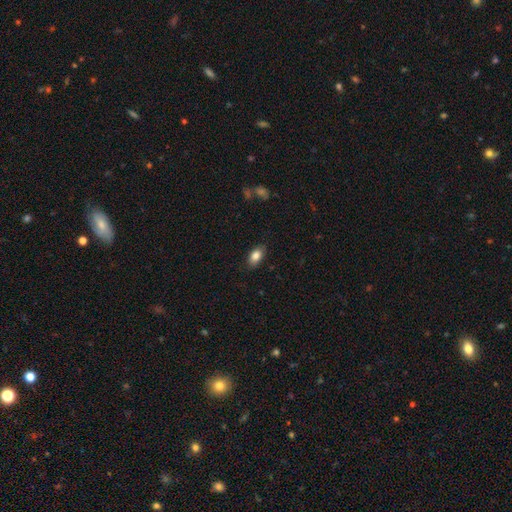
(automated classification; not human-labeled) smooth_or_featured: smooth (p=0.84) [alt: featured or disk p=0.08]
how_rounded: in between (p=0.89) [alt: round p=0.08]
merging: none (p=0.84) [alt: minor disturbance p=0.12]